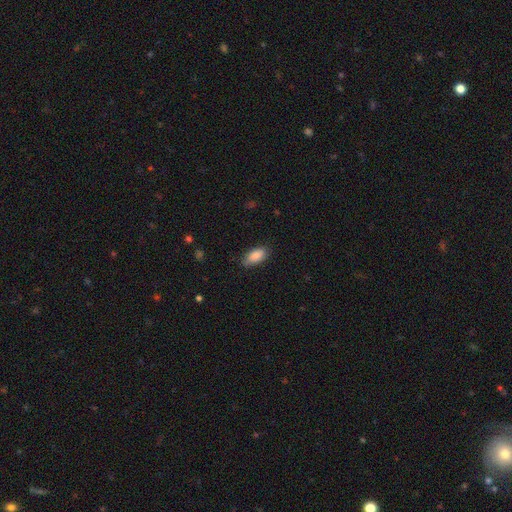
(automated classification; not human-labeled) Overall: smooth (86%). How rounded: in between (91%). Merging: none (77%).